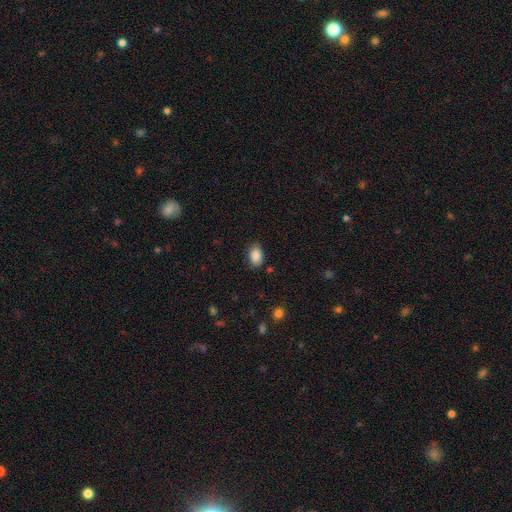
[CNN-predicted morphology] Smooth or featured?
  - smooth: 87% *
  - star or artifact: 8%
  - featured or disk: 5%
How rounded?
  - in between: 86% *
  - round: 13%
  - cigar-shaped: 1%
Merging?
  - none: 82% *
  - minor disturbance: 14%
  - major disturbance: 3%
  - merger: 1%